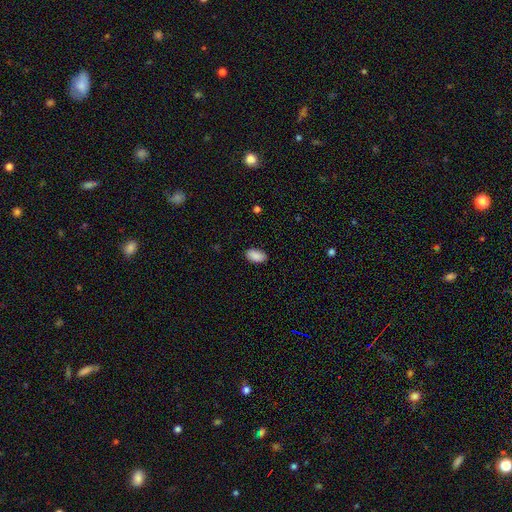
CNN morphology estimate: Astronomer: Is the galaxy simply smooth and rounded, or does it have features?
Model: smooth — 90%.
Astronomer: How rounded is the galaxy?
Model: in between — 95%.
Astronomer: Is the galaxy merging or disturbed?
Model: none — 88%.